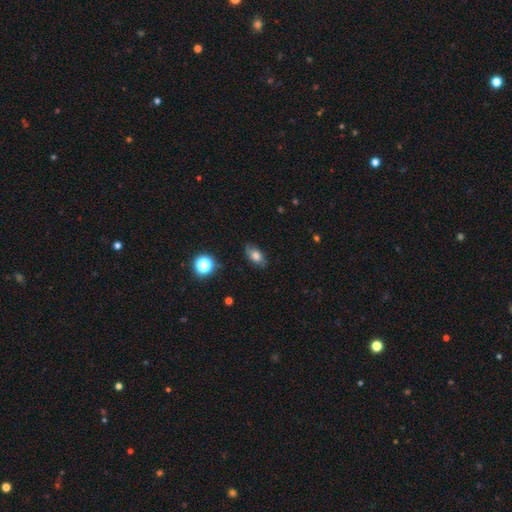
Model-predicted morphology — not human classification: smooth 70%, featured or disk 19%, star or artifact 11%. Down the decision tree: how rounded — in between (86%); merging — none (80%).